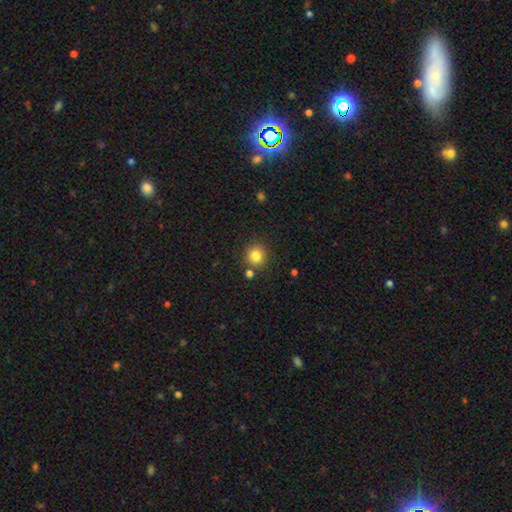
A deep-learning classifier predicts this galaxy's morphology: smooth-or-featured: smooth: 83% | star or artifact: 12% | featured or disk: 5%
  how-rounded: round: 92% | in between: 7% | cigar-shaped: 1%
  merging: none: 83% | minor disturbance: 8% | merger: 7% | major disturbance: 2%